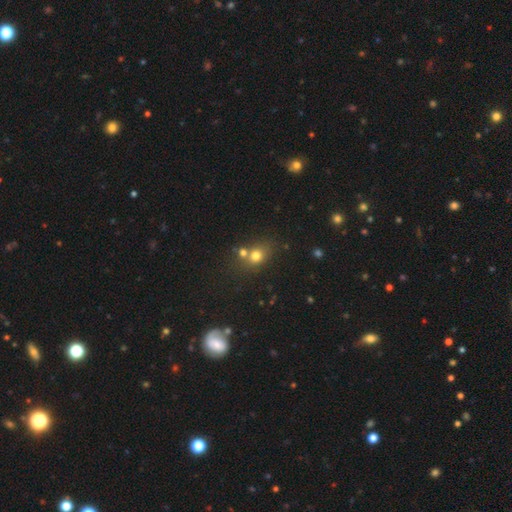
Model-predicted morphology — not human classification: A smooth galaxy with no disk features (73%) that is round (61%).

Vote fractions:
- Smooth or featured? smooth: 73% / star or artifact: 16% / featured or disk: 11%
- How rounded? round: 61% / in between: 37% / cigar-shaped: 1%
- Merging? none: 52% / merger: 32% / minor disturbance: 11% / major disturbance: 4%